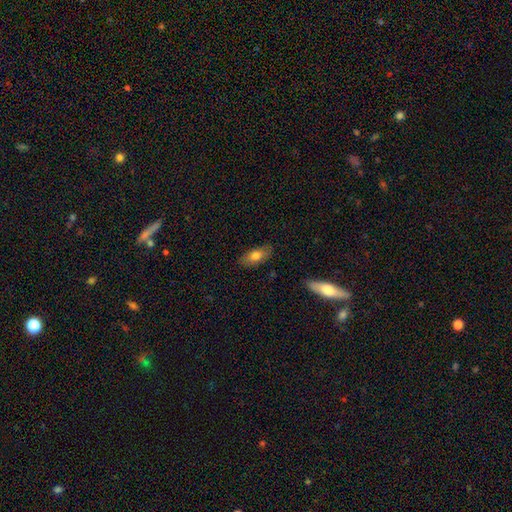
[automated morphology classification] This appears to be a smooth galaxy with no disk features (74%) that is in between round and cigar-shaped (86%). Merging: none (84%).